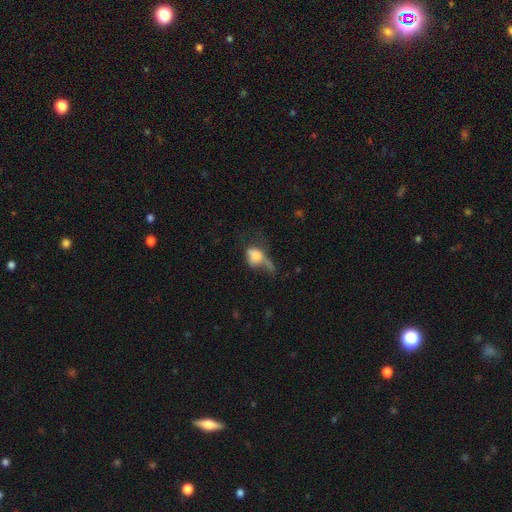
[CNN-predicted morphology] Smooth or featured?
  - smooth: 65% *
  - featured or disk: 25%
  - star or artifact: 10%
How rounded?
  - in between: 67% *
  - round: 29%
  - cigar-shaped: 4%
Merging?
  - major disturbance: 47% *
  - minor disturbance: 21%
  - none: 20%
  - merger: 12%